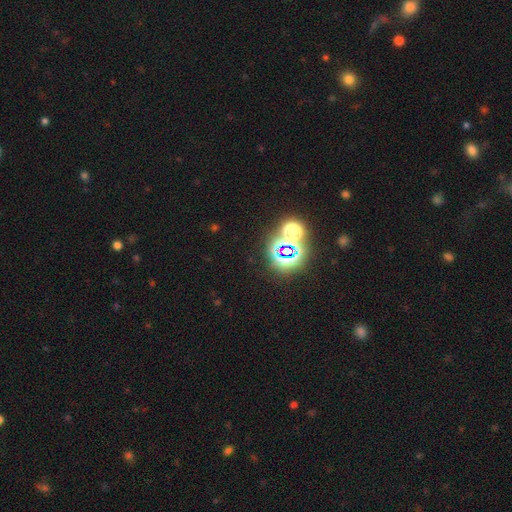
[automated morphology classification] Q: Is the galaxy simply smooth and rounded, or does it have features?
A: star or artifact — 69%.